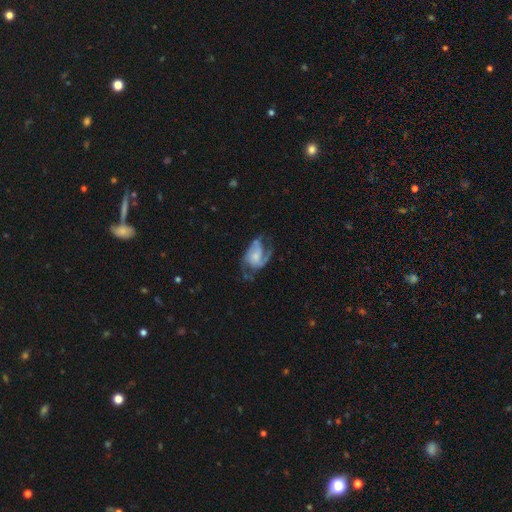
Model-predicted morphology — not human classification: A featured or disk galaxy (75%) with no bar (62%), 2 (62%) medium (47%) spiral arms (90%) and a small central bulge (42%). Merging: none (45%).